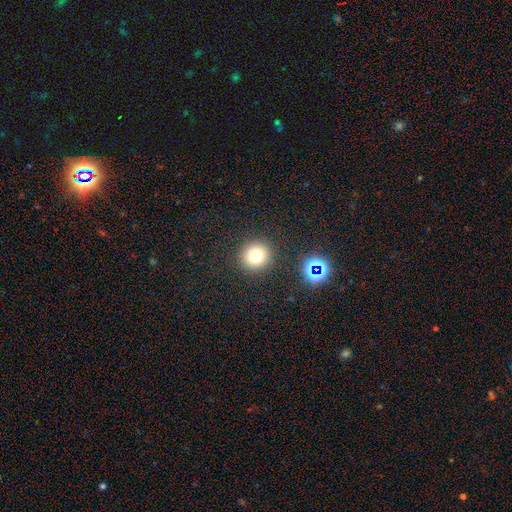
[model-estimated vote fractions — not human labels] Smooth or featured? smooth (75%)
How rounded? round (93%)
Merging? none (90%)